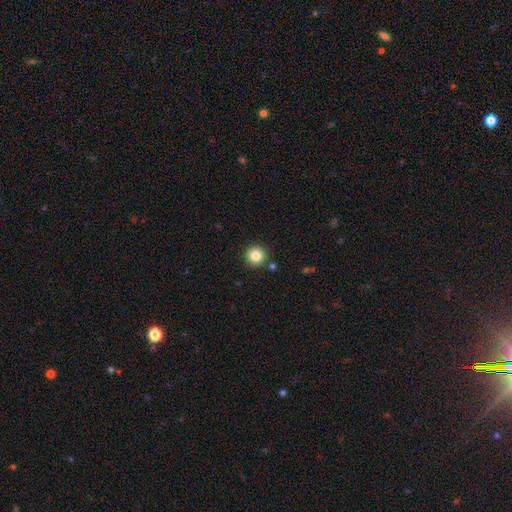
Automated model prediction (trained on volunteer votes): The model was most divided on "smooth or featured": smooth: 84%, star or artifact: 11%, featured or disk: 5%. More confident: how rounded — round (95%); merging — none (88%).